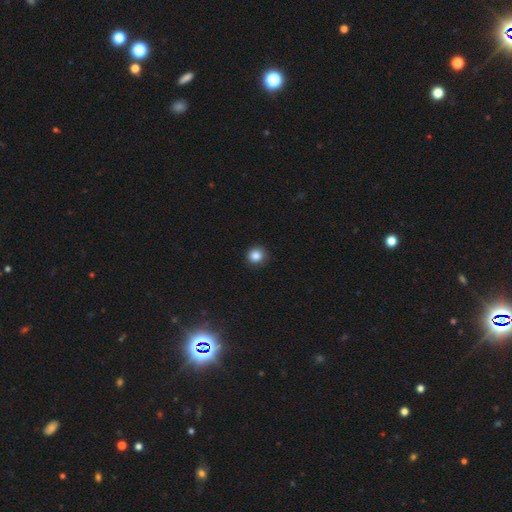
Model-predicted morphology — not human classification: smooth_or_featured: smooth (p=0.86) [alt: star or artifact p=0.11]
how_rounded: round (p=0.93) [alt: in between p=0.06]
merging: none (p=0.91) [alt: minor disturbance p=0.06]